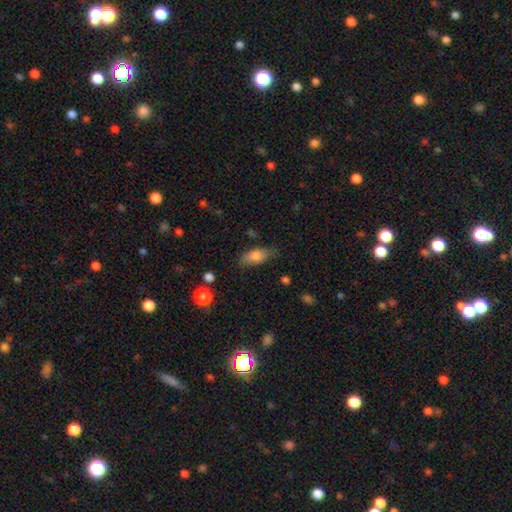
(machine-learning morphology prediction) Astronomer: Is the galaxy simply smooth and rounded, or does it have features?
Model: smooth — 77%.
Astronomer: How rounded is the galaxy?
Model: in between — 81%.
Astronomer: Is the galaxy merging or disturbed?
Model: none — 72%.